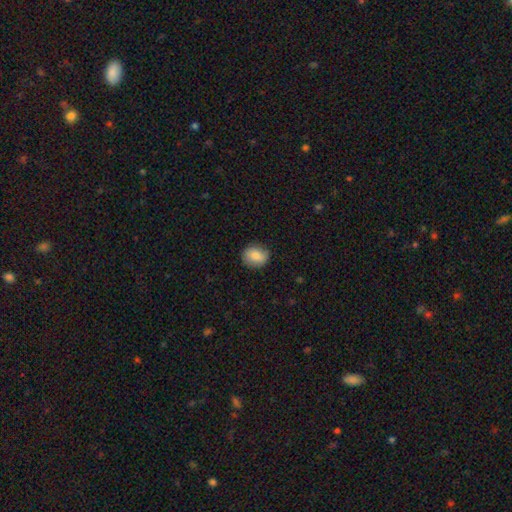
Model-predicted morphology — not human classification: Q: Smooth or featured?
A: smooth (82%); runner-up: featured or disk (10%)
Q: How rounded?
A: round (67%); runner-up: in between (32%)
Q: Merging?
A: none (85%); runner-up: minor disturbance (11%)